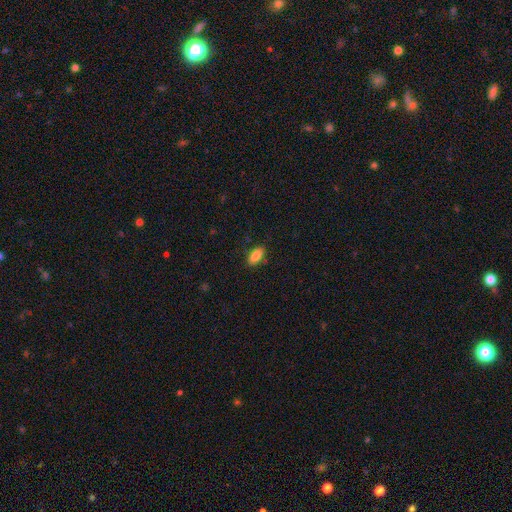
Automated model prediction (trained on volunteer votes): Smooth or featured? Predicted: smooth (p=0.86). How rounded? Predicted: in between (p=0.90). Merging? Predicted: none (p=0.85).